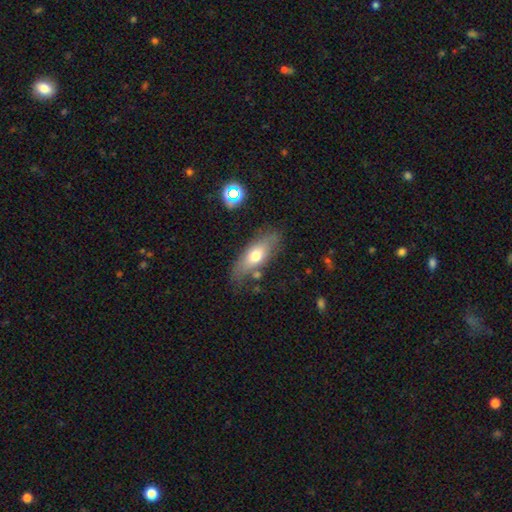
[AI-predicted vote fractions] Smooth or featured? smooth (61%)
How rounded? in between (71%)
Merging? none (70%)